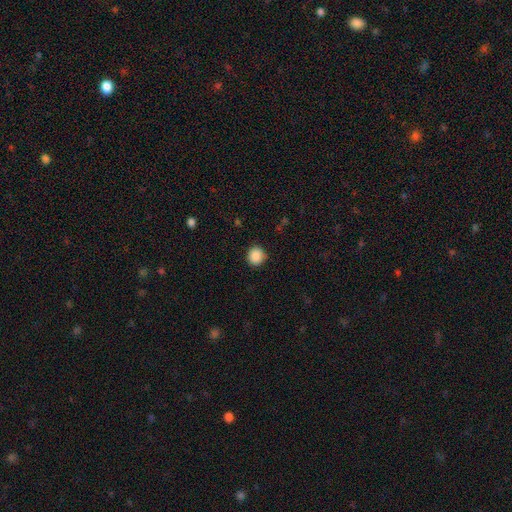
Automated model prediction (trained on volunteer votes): This appears to be a smooth galaxy with no disk features (89%) that is round (89%). Merging: none (89%).